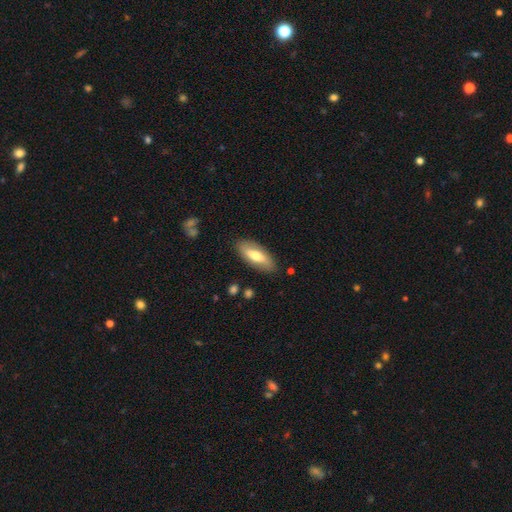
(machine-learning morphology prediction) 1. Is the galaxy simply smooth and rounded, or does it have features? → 62% smooth, 33% featured or disk, 6% star or artifact.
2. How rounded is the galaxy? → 74% in between, 23% cigar-shaped, 2% round.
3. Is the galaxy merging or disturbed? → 85% none, 11% minor disturbance, 2% major disturbance, 2% merger.